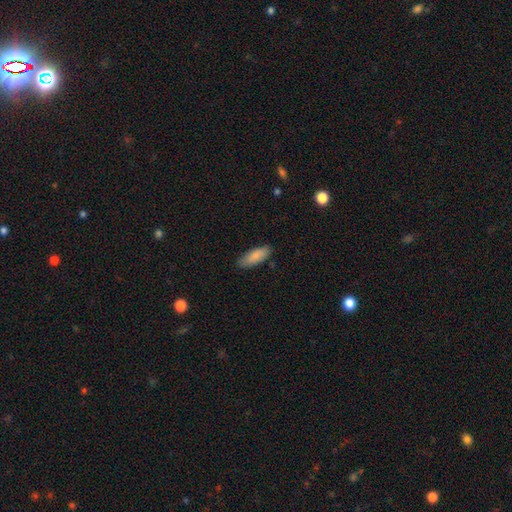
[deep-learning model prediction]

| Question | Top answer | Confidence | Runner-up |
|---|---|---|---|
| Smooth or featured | smooth | 88% | featured or disk (6%) |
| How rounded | in between | 67% | cigar-shaped (32%) |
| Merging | none | 85% | minor disturbance (12%) |